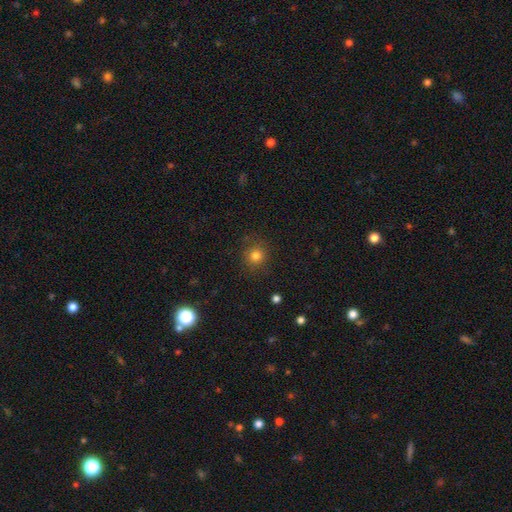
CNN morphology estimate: type=smooth (81%); roundness=round (90%); merging=none (86%).